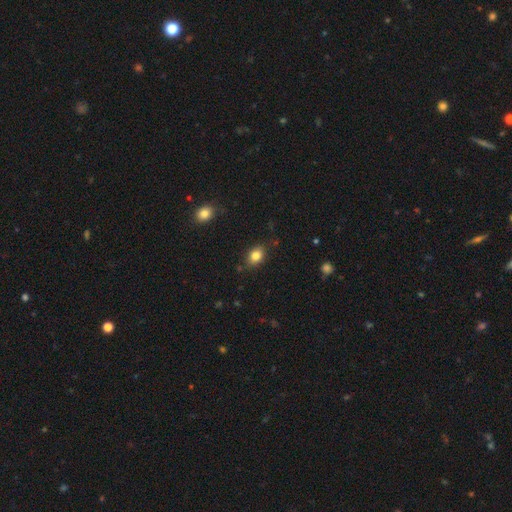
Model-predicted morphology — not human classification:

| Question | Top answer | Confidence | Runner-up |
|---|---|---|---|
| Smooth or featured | smooth | 83% | star or artifact (10%) |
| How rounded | in between | 68% | round (31%) |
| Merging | none | 83% | minor disturbance (12%) |